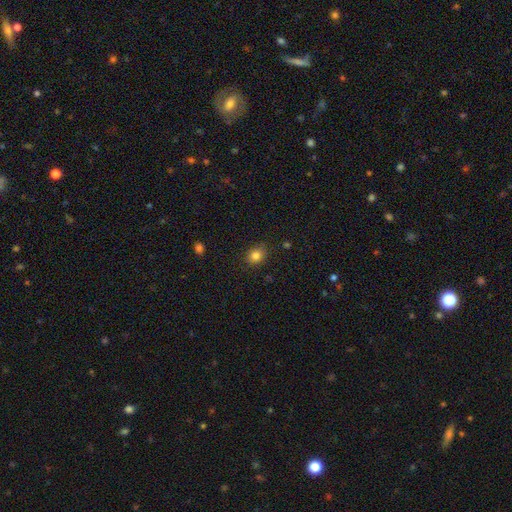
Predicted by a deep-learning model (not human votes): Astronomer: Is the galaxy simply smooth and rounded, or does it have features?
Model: smooth — 83%.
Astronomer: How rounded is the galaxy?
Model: round — 63%.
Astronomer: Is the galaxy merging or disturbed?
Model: none — 85%.